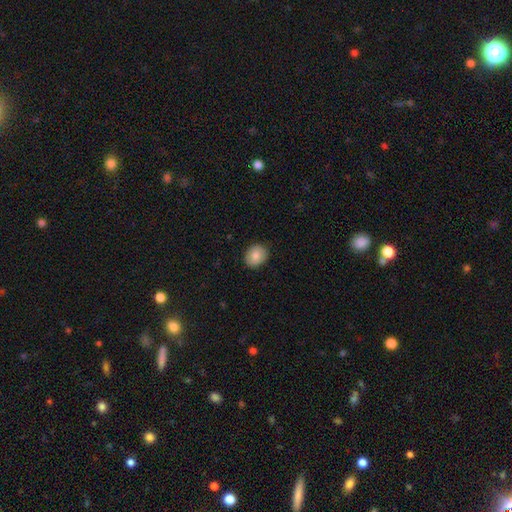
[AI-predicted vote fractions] smooth-or-featured: smooth: 82% | featured or disk: 10% | star or artifact: 7%
  how-rounded: round: 64% | in between: 35% | cigar-shaped: 1%
  merging: none: 89% | minor disturbance: 8% | major disturbance: 2% | merger: 1%